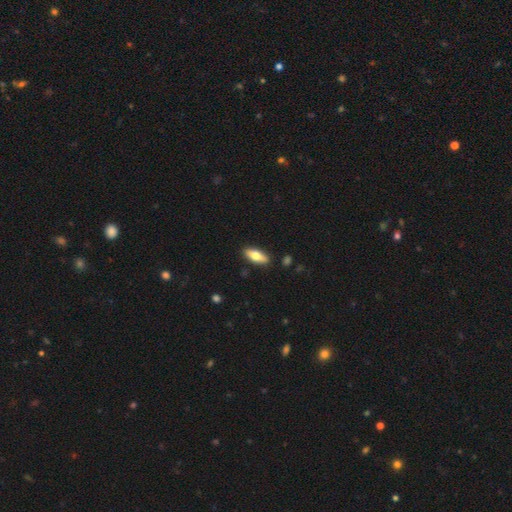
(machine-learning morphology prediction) This appears to be a smooth galaxy with no disk features (68%) that is in between round and cigar-shaped (69%). Merging: none (88%).